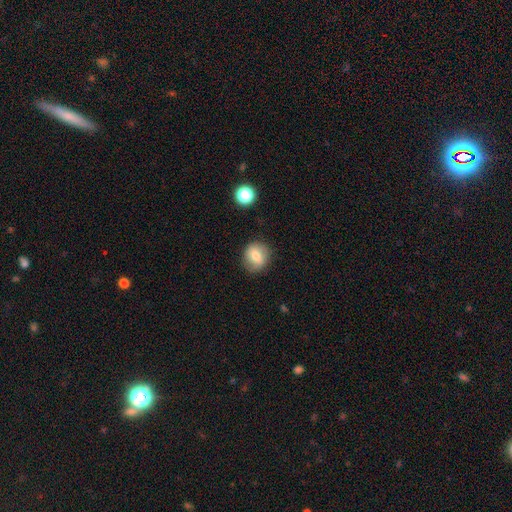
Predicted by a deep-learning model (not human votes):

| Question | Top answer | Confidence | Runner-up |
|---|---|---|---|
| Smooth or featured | smooth | 72% | featured or disk (19%) |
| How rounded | round | 79% | in between (20%) |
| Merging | none | 84% | minor disturbance (11%) |